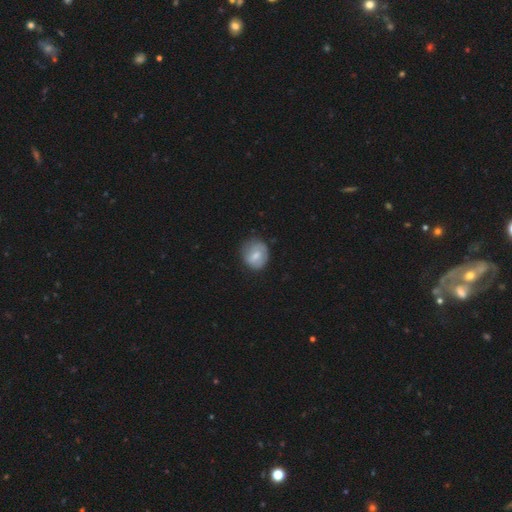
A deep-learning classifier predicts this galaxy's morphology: A smooth galaxy with no disk features (59%) that is round (69%).

Vote fractions:
- Smooth or featured? smooth: 59% / featured or disk: 34% / star or artifact: 7%
- How rounded? round: 69% / in between: 30% / cigar-shaped: 1%
- Merging? none: 69% / minor disturbance: 23% / major disturbance: 7% / merger: 1%